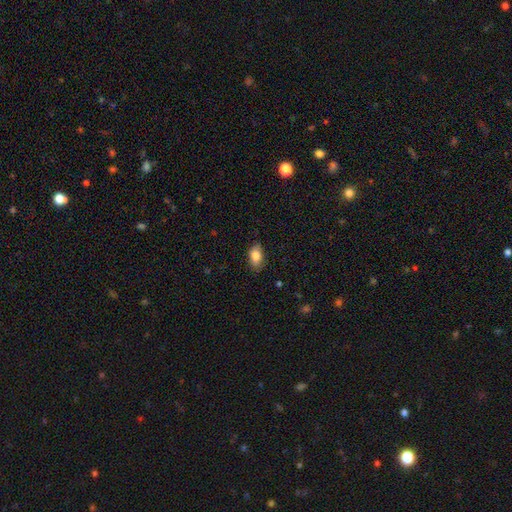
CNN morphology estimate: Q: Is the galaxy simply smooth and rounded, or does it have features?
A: smooth — 82%.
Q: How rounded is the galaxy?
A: in between — 88%.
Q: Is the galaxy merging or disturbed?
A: none — 82%.